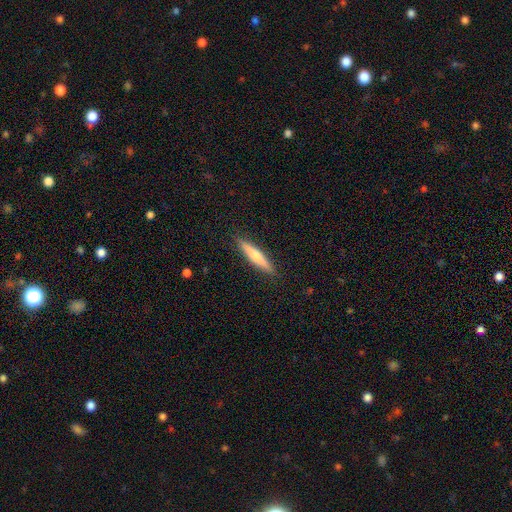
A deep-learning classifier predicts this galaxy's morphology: Smooth or featured?
  - smooth: 48% *
  - featured or disk: 47%
  - star or artifact: 6%
Merging?
  - none: 91% *
  - minor disturbance: 7%
  - major disturbance: 1%
  - merger: 1%